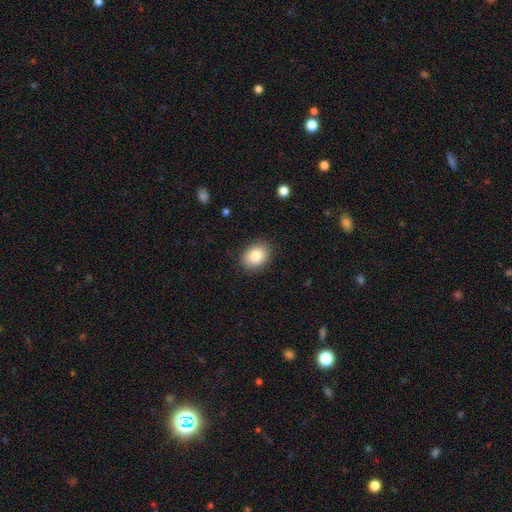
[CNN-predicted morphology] Smooth or featured? smooth (84%)
How rounded? in between (63%)
Merging? none (88%)